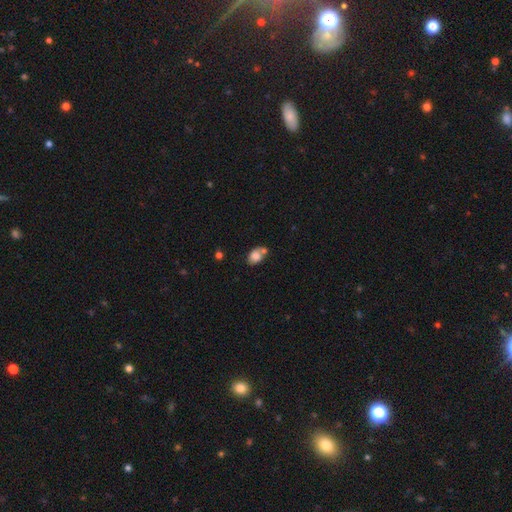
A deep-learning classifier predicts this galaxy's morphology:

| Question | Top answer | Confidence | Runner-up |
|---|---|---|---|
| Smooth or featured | smooth | 77% | featured or disk (13%) |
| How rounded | in between | 76% | round (23%) |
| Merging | none | 43% | merger (33%) |